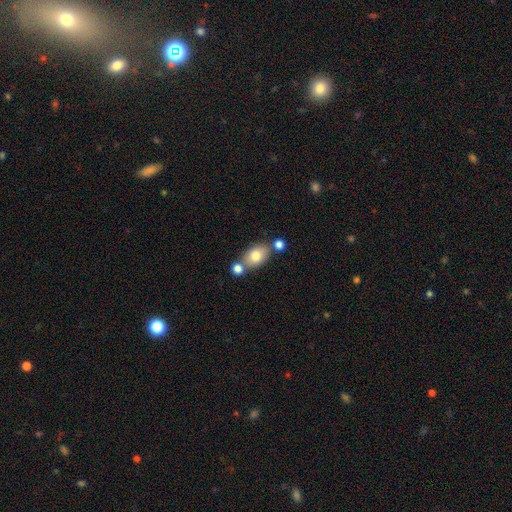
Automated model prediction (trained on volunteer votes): This is likely a smooth galaxy (76%). How rounded: clearly in between (81%). Merging: possibly none (58%).